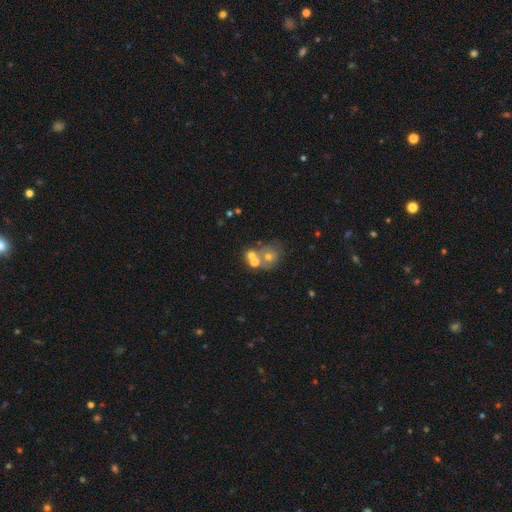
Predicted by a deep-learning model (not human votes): Overall: smooth (49%; featured or disk 27%). Merging: none (45%; merger 41%).